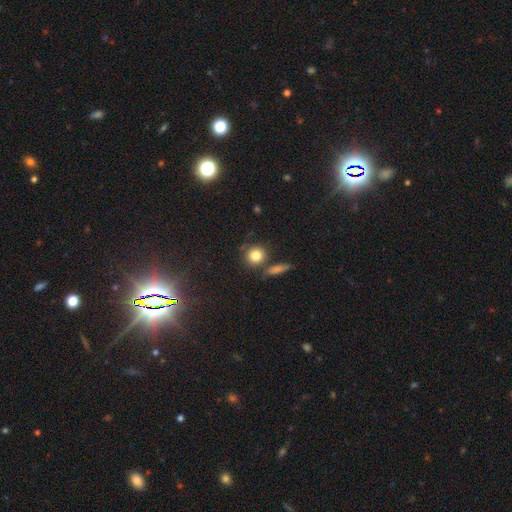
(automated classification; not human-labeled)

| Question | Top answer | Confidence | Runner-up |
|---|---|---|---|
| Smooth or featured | smooth | 82% | star or artifact (10%) |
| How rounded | round | 87% | in between (11%) |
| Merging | none | 73% | merger (12%) |